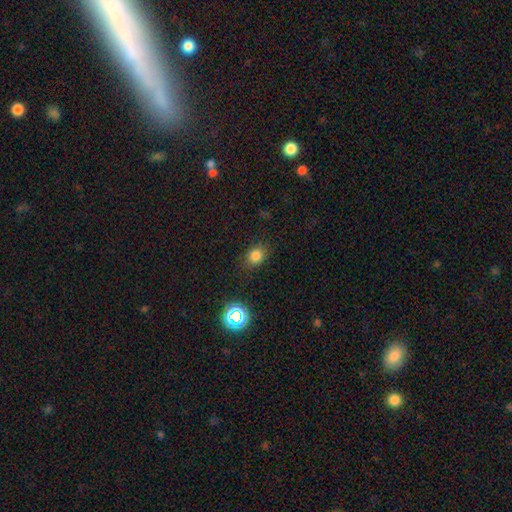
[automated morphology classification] Q: Smooth or featured?
A: smooth (77%); runner-up: star or artifact (16%)
Q: How rounded?
A: round (52%); runner-up: in between (47%)
Q: Merging?
A: none (81%); runner-up: minor disturbance (13%)